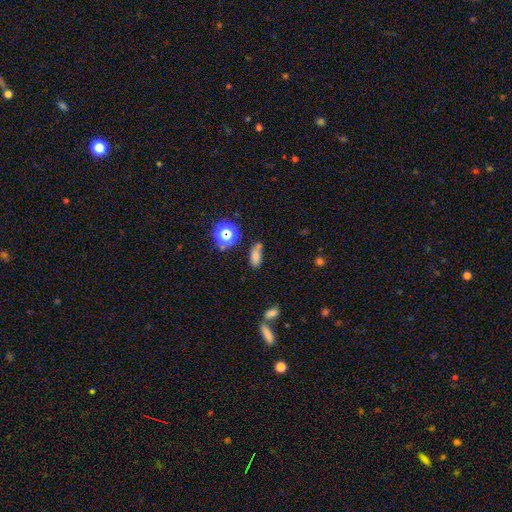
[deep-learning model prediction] A smooth galaxy with no disk features (73%) that is in between round and cigar-shaped (74%). Merging: none (56%).